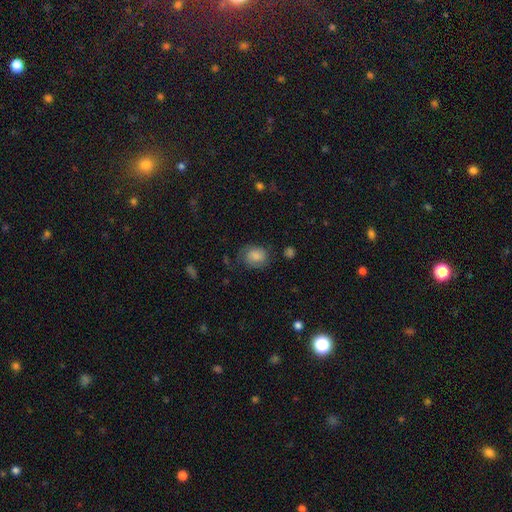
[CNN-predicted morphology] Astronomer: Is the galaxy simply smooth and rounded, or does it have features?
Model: smooth — 72%.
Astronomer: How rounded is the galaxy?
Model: round — 50% (runner-up: in between, 49%).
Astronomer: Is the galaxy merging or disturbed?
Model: none — 58%.